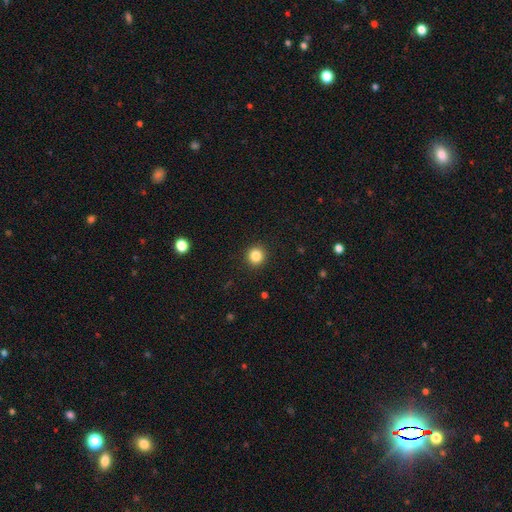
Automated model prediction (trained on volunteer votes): Smooth or featured?
  - smooth: 84% *
  - star or artifact: 11%
  - featured or disk: 4%
How rounded?
  - round: 93% *
  - in between: 6%
  - cigar-shaped: 1%
Merging?
  - none: 92% *
  - minor disturbance: 5%
  - major disturbance: 2%
  - merger: 1%